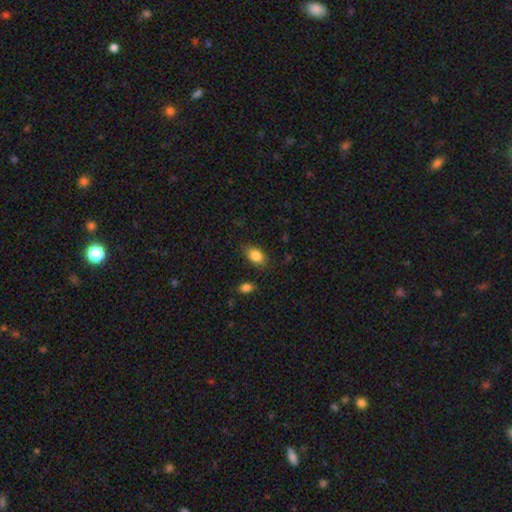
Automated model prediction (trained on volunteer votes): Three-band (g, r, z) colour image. It shows a smooth galaxy with no disk features (84%) that is in between round and cigar-shaped (87%). Merging: none (81%).